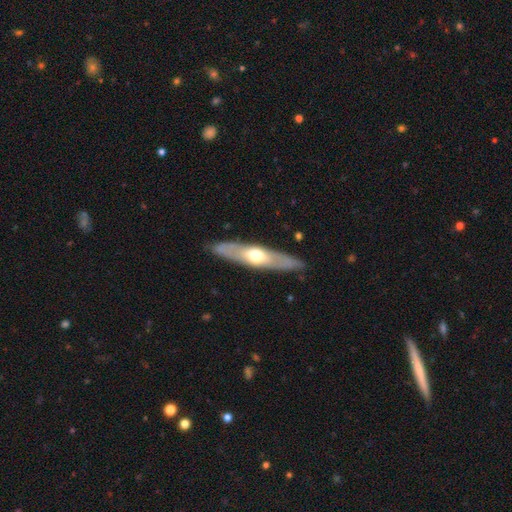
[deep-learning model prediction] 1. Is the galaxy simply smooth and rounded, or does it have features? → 64% featured or disk, 30% smooth, 6% star or artifact.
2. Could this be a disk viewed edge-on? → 73% yes, 27% no.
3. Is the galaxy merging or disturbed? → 88% none, 9% minor disturbance, 2% major disturbance, 1% merger.